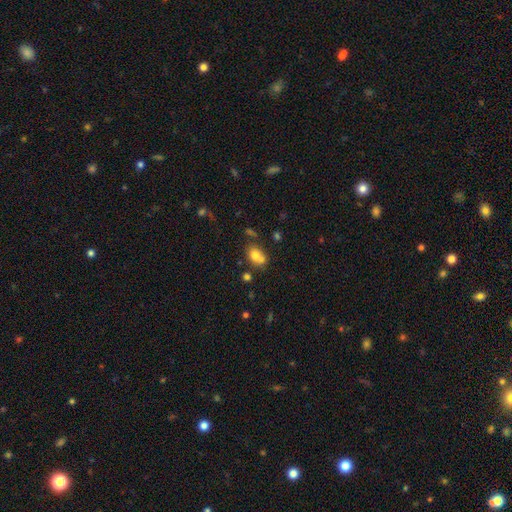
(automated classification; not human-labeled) Overall: smooth (73%). How rounded: in between (62%; round 37%). Merging: none (43%; merger 37%).